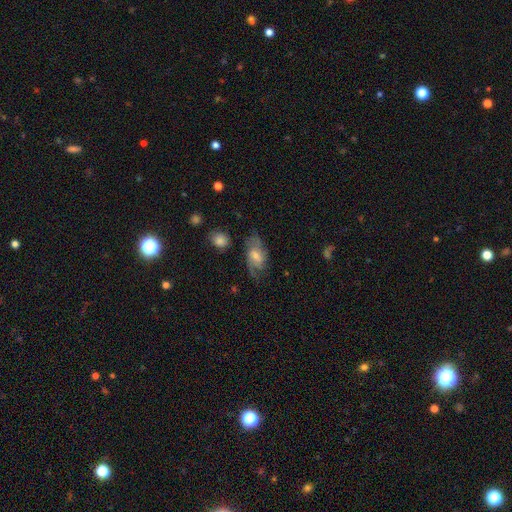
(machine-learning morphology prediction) Smooth or featured? featured or disk (54%)
Edge-on disk? no (94%)
Bar? weak (51%)
Spiral arms? yes (84%)
Bulge size? moderate (45%)
Merging? none (58%)